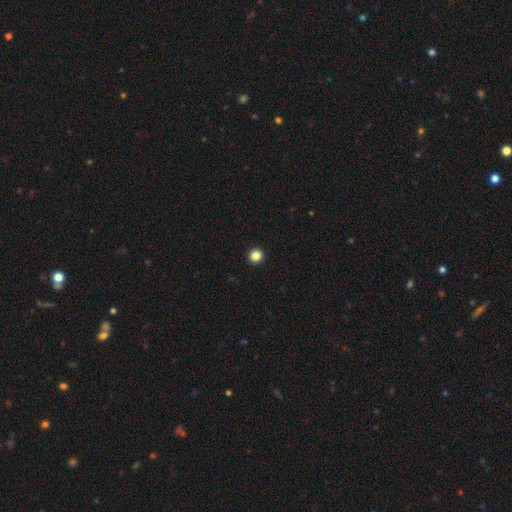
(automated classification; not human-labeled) smooth 85%, star or artifact 12%, featured or disk 3%. Down the decision tree: how rounded — round (94%); merging — none (94%).